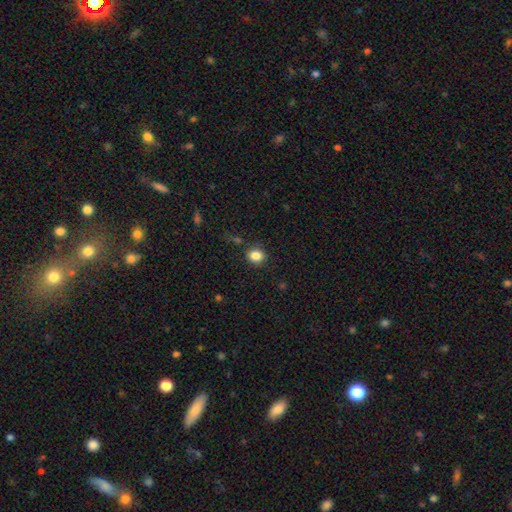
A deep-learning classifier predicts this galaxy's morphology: Smooth or featured? smooth (84%)
How rounded? round (65%)
Merging? none (84%)